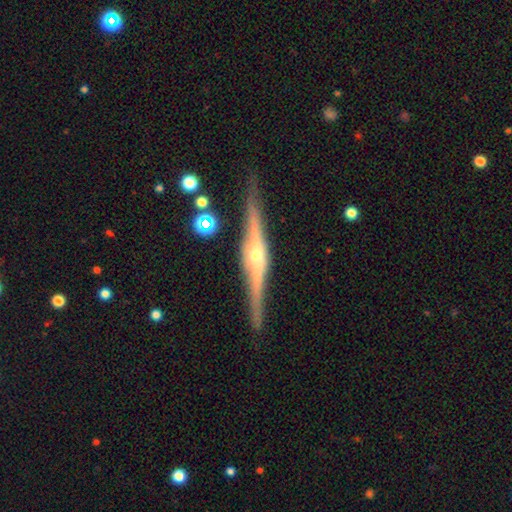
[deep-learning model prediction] The model was most divided on "edge-on bulge": rounded: 79%, boxy: 15%, none: 6%. More confident: edge-on disk — yes (98%); merging — none (89%); smooth or featured — featured or disk (87%).